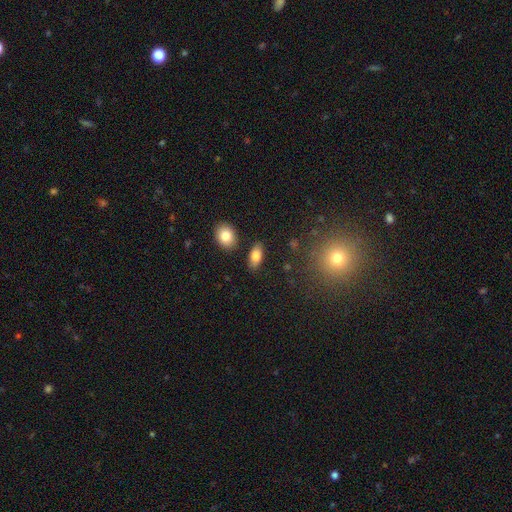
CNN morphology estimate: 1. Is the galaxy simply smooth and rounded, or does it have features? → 83% smooth, 9% featured or disk, 8% star or artifact.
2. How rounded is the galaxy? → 90% in between, 5% cigar-shaped, 5% round.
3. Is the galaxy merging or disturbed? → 82% none, 10% minor disturbance, 5% merger, 3% major disturbance.